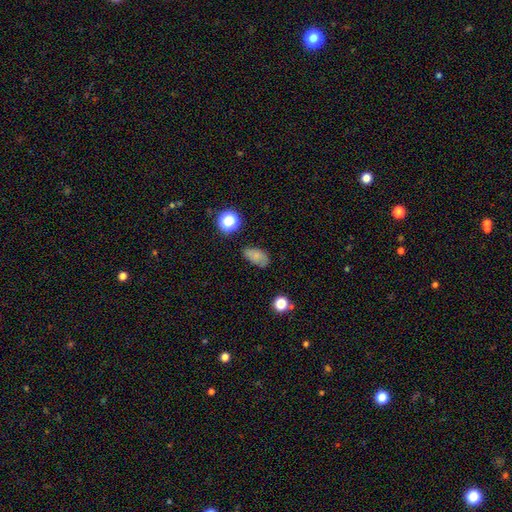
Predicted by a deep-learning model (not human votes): A smooth galaxy with no disk features (74%) that is in between round and cigar-shaped (88%). Merging: none (66%).